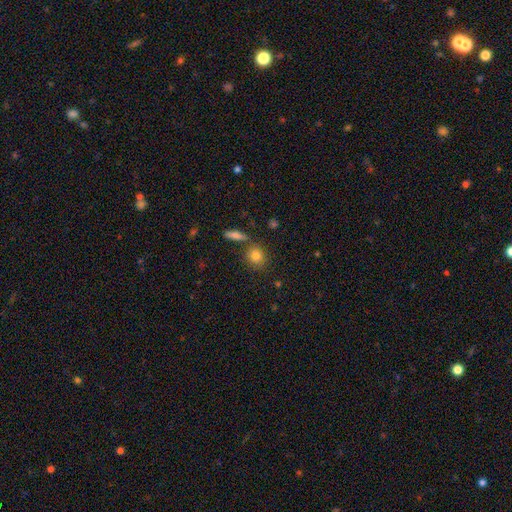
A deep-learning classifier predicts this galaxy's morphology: smooth_or_featured: smooth (p=0.83) [alt: star or artifact p=0.10]
how_rounded: round (p=0.78) [alt: in between p=0.20]
merging: none (p=0.75) [alt: merger p=0.11]